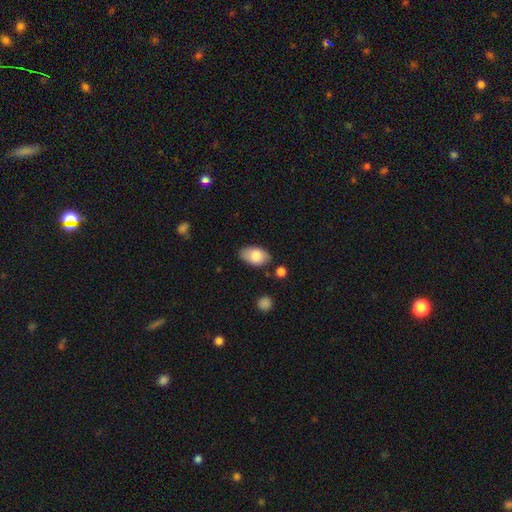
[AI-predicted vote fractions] This appears to be a smooth galaxy with no disk features (82%) that is in between round and cigar-shaped (93%). Merging: none (77%).